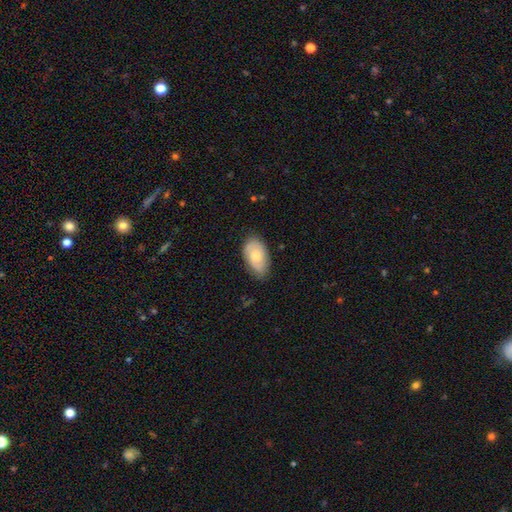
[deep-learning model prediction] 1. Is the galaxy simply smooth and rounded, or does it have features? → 58% smooth, 36% featured or disk, 6% star or artifact.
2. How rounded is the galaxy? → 92% in between, 6% round, 2% cigar-shaped.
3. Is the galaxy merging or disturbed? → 74% none, 21% minor disturbance, 4% major disturbance, 1% merger.